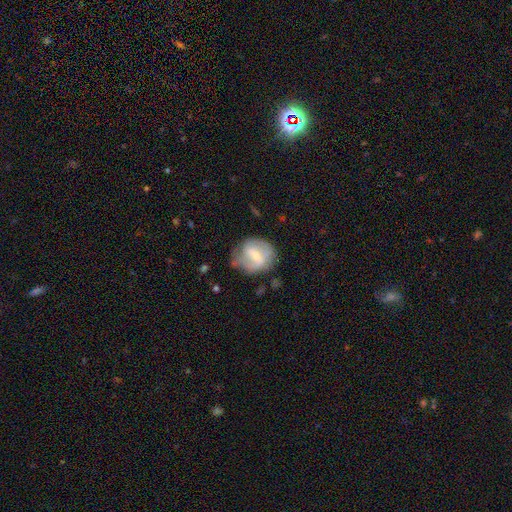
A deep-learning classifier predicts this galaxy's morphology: This is possibly a featured or disk galaxy (60%). It is clearly not viewed edge-on (96%). Bar: possibly weak (50%). Spiral arm pattern: likely yes (66%). Central bulge: possibly small (51%). Merging: possibly none (60%).